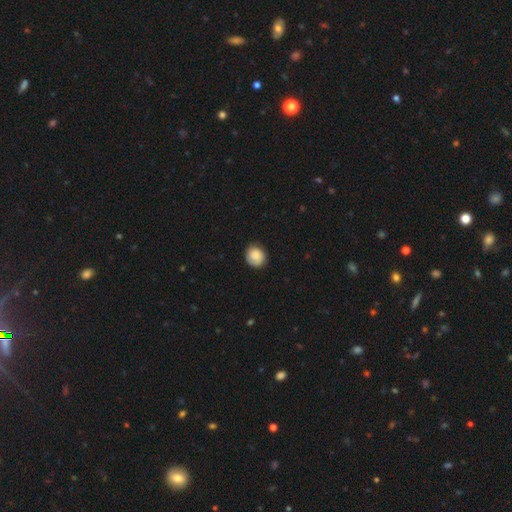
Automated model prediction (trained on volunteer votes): This appears to be a smooth galaxy with no disk features (83%) that is round (76%). Merging: none (81%).